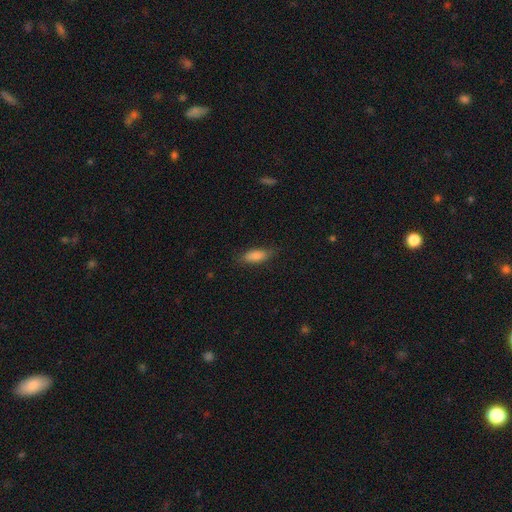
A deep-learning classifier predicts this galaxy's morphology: Smooth or featured?
  - smooth: 84% *
  - featured or disk: 9%
  - star or artifact: 7%
How rounded?
  - in between: 71% *
  - cigar-shaped: 26%
  - round: 2%
Merging?
  - none: 79% *
  - minor disturbance: 16%
  - major disturbance: 4%
  - merger: 1%